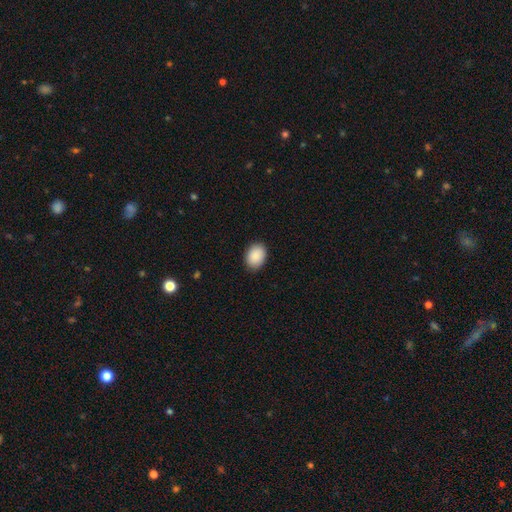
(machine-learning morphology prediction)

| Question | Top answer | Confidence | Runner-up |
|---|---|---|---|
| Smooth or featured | smooth | 89% | star or artifact (7%) |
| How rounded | in between | 73% | round (26%) |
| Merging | none | 89% | minor disturbance (9%) |